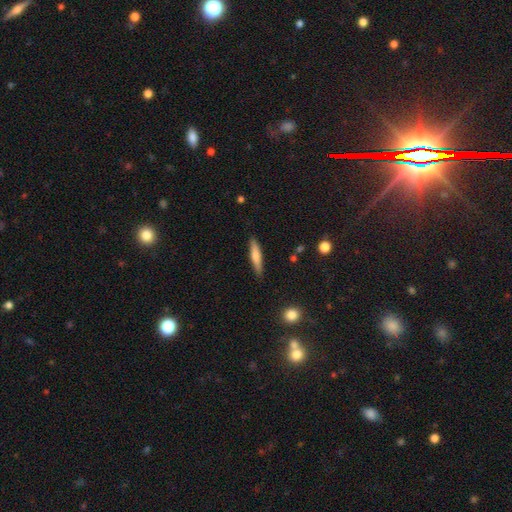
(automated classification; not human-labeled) Q: Smooth or featured?
A: smooth (67%); runner-up: featured or disk (27%)
Q: How rounded?
A: cigar-shaped (87%); runner-up: in between (11%)
Q: Merging?
A: none (87%); runner-up: minor disturbance (10%)